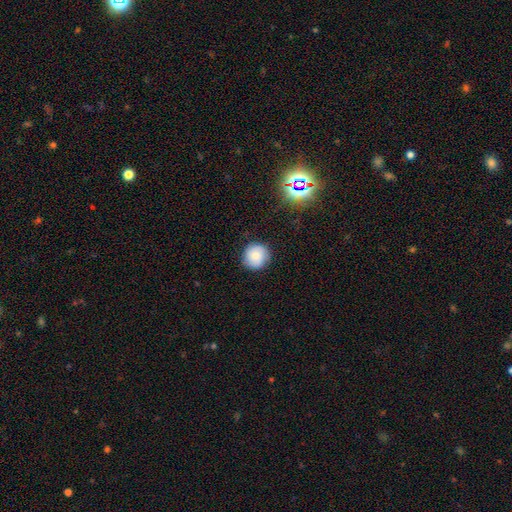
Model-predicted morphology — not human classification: This appears to be a smooth galaxy with no disk features (71%) that is round (93%). Merging: none (86%).